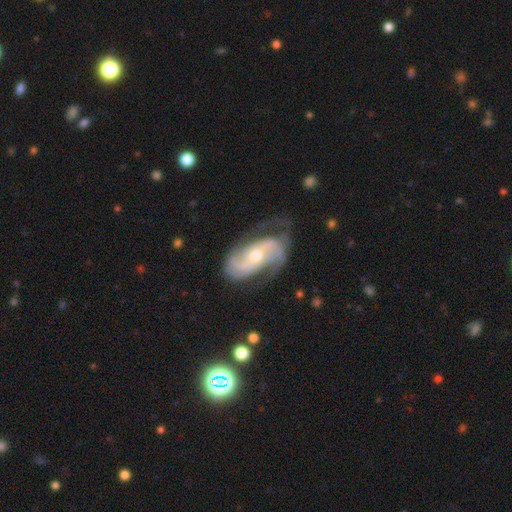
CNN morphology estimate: smooth_or_featured: featured or disk (p=0.87) [alt: smooth p=0.08]
disk_edge_on: no (p=0.96) [alt: yes p=0.04]
bar: no (p=0.54) [alt: weak p=0.35]
has_spiral_arms: yes (p=0.96) [alt: no p=0.04]
spiral_winding: medium (p=0.46) [alt: tight p=0.35]
spiral_arm_count: 2 (p=0.57) [alt: 3 p=0.18]
bulge_size: moderate (p=0.63) [alt: small p=0.30]
merging: none (p=0.60) [alt: minor disturbance p=0.24]